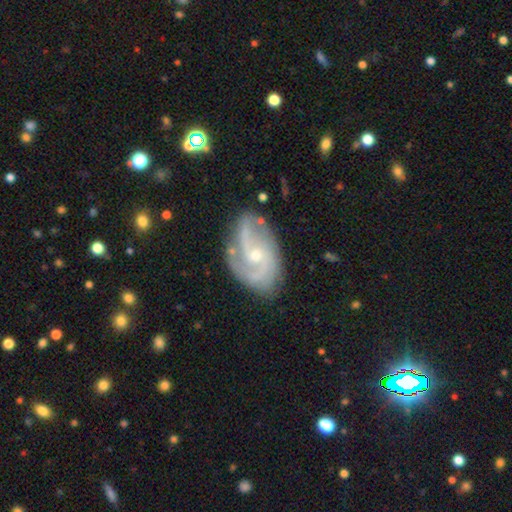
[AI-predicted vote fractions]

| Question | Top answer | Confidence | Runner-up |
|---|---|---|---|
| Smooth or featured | featured or disk | 84% | smooth (9%) |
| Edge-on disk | no | 97% | yes (3%) |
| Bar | no | 59% | weak (33%) |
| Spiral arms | yes | 96% | no (4%) |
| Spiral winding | medium | 48% | tight (30%) |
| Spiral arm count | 2 | 55% | 3 (18%) |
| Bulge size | small | 64% | moderate (33%) |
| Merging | none | 71% | minor disturbance (20%) |